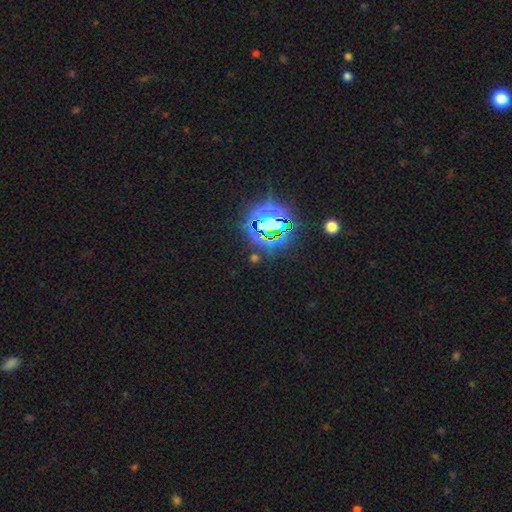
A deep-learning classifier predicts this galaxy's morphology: Overall: star or artifact (75%).